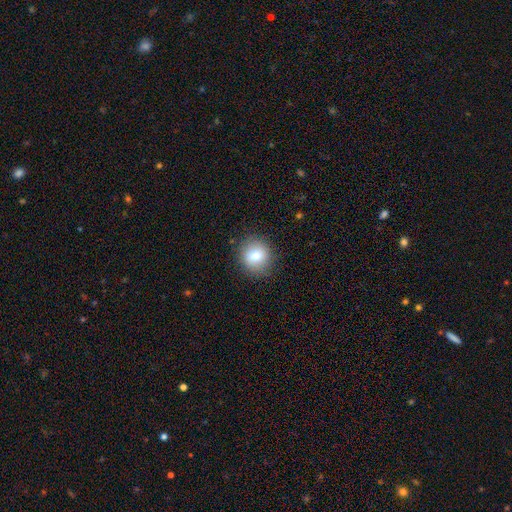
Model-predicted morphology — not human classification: This appears to be a smooth galaxy with no disk features (77%) that is round (88%). Merging: none (88%).